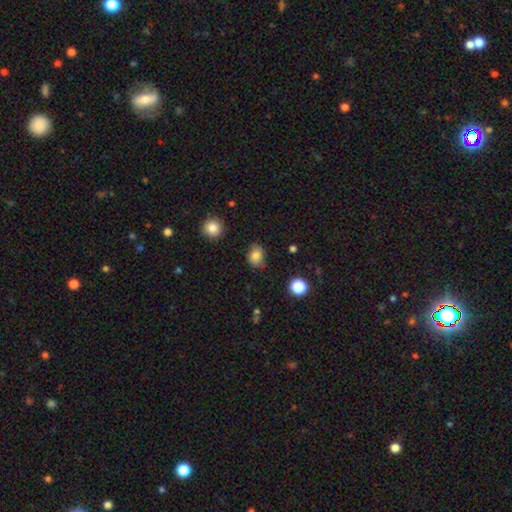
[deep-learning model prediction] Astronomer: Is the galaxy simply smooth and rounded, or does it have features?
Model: smooth — 83%.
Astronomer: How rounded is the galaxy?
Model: in between — 51% (runner-up: round, 48%).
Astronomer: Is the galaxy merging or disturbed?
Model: none — 79%.